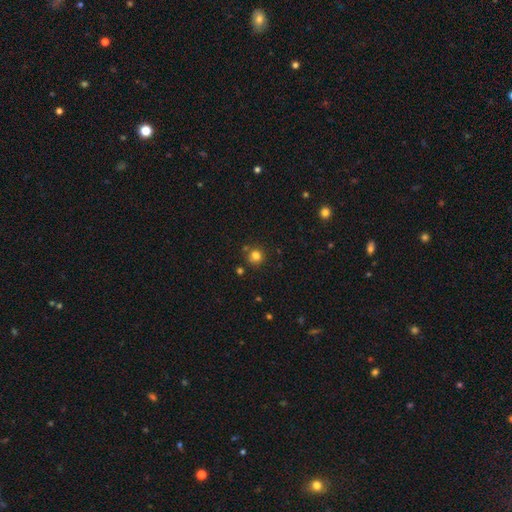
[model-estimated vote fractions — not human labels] Q: Smooth or featured?
A: smooth (79%); runner-up: star or artifact (14%)
Q: How rounded?
A: round (90%); runner-up: in between (9%)
Q: Merging?
A: none (77%); runner-up: minor disturbance (11%)